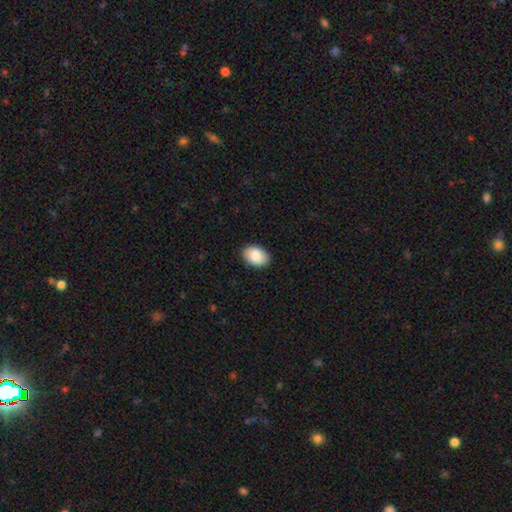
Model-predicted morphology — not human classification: type=smooth (87%); roundness=in between (86%); merging=none (89%).